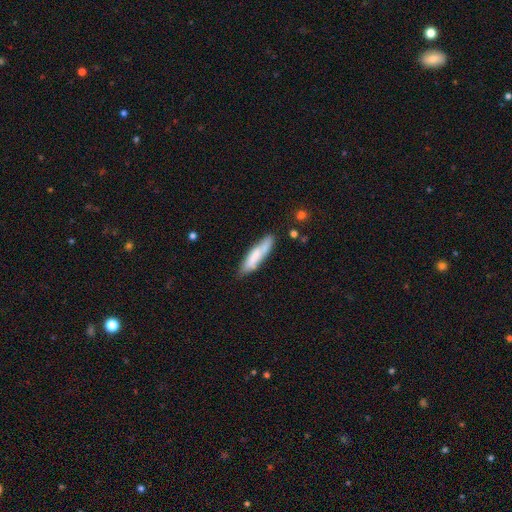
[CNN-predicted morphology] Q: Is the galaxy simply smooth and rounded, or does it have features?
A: smooth — 69%.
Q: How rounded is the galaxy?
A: cigar-shaped — 77%.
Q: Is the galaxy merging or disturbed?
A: none — 68%.